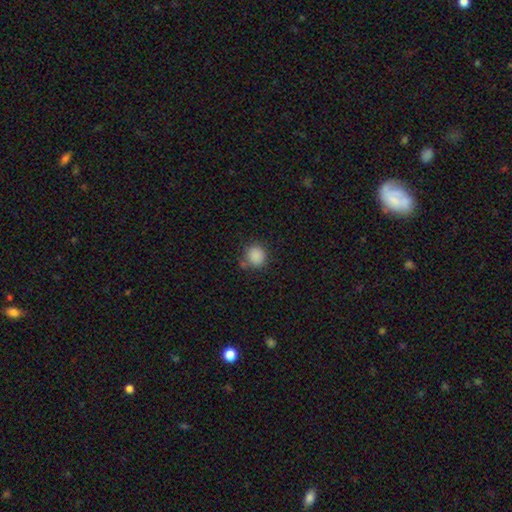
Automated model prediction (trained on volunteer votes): This is clearly a smooth galaxy (87%). How rounded: clearly round (86%). Merging: likely none (75%).